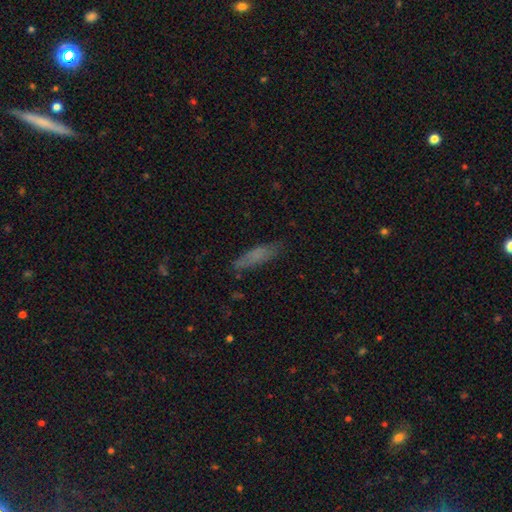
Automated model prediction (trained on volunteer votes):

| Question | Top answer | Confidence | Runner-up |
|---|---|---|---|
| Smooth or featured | smooth | 68% | featured or disk (21%) |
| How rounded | cigar-shaped | 72% | in between (26%) |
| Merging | none | 74% | minor disturbance (18%) |